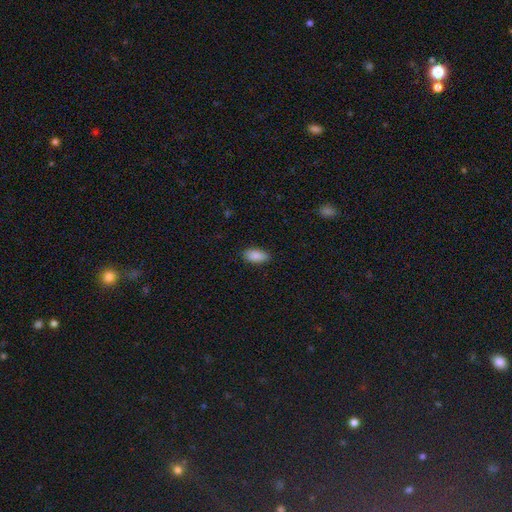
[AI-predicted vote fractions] Smooth or featured?
  - smooth: 88% *
  - star or artifact: 7%
  - featured or disk: 5%
How rounded?
  - in between: 92% *
  - cigar-shaped: 5%
  - round: 2%
Merging?
  - none: 87% *
  - minor disturbance: 10%
  - major disturbance: 2%
  - merger: 1%